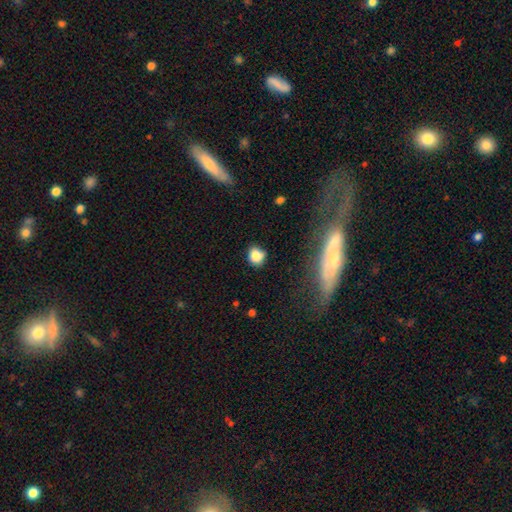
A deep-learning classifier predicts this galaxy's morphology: A smooth galaxy with no disk features (80%) that is round (68%). Merging: none (69%).